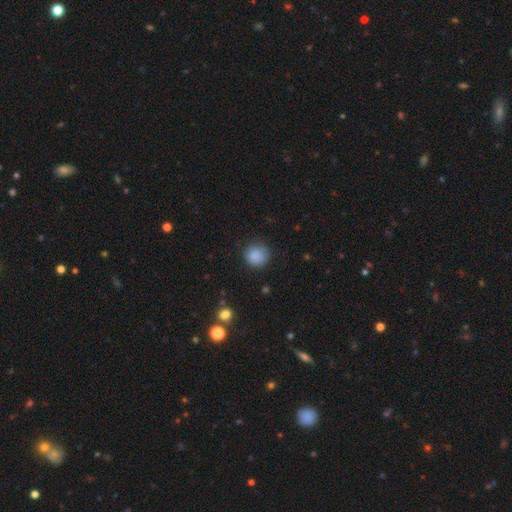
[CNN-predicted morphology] smooth 86%, star or artifact 10%, featured or disk 4%. Down the decision tree: how rounded — round (90%); merging — none (82%).